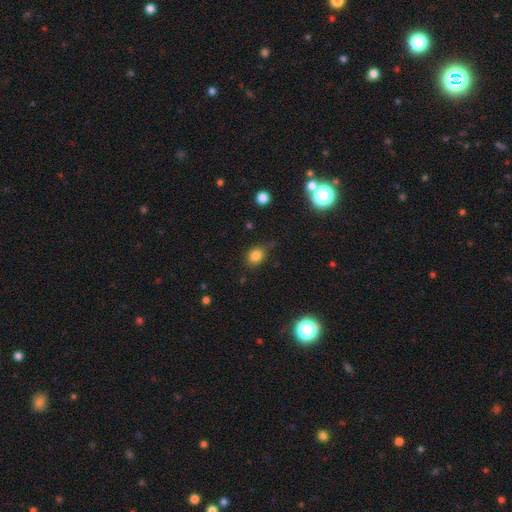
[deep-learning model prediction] smooth_or_featured: smooth (p=0.82) [alt: star or artifact p=0.13]
how_rounded: round (p=0.55) [alt: in between p=0.44]
merging: none (p=0.77) [alt: minor disturbance p=0.17]